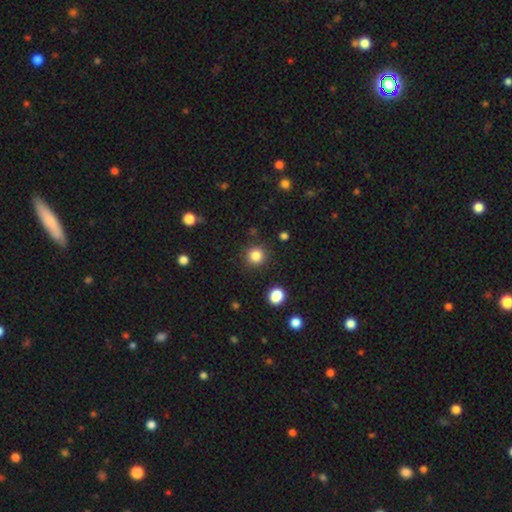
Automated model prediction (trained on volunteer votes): Smooth or featured: smooth — 84% (star or artifact — 12%)
How rounded: round — 94% (in between — 5%)
Merging: none — 90% (minor disturbance — 6%)